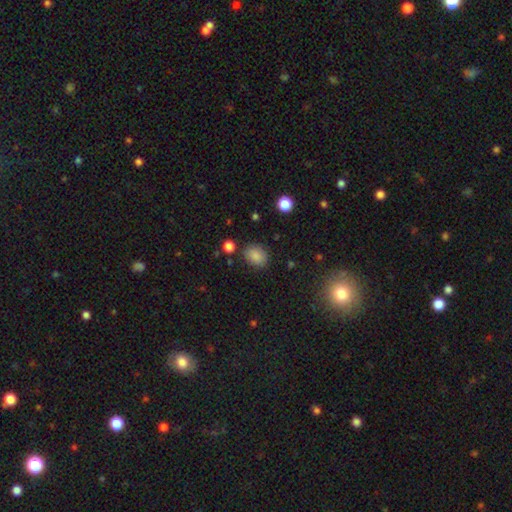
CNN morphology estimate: type=smooth (85%); roundness=in between (60%); merging=none (80%).